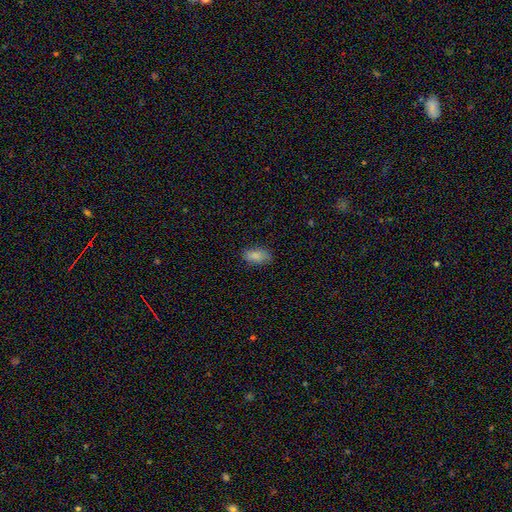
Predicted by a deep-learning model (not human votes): smooth_or_featured: smooth (p=0.85) [alt: star or artifact p=0.09]
how_rounded: in between (p=0.91) [alt: round p=0.05]
merging: none (p=0.78) [alt: minor disturbance p=0.17]